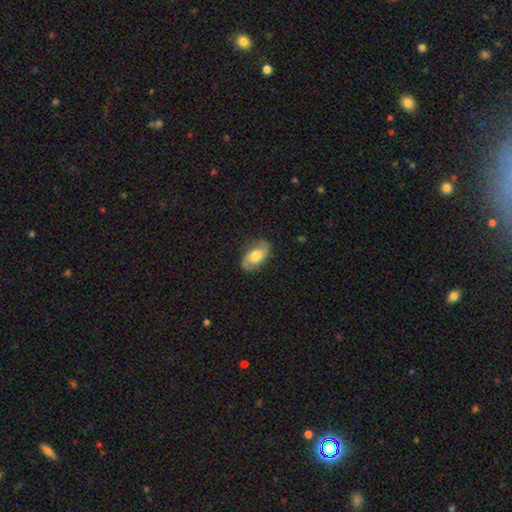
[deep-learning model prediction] Smooth or featured? featured or disk (66%)
Edge-on disk? no (95%)
Bar? no (62%)
Spiral arms? yes (88%)
Spiral winding? medium (45%)
Spiral arm count? 2 (89%)
Bulge size? moderate (56%)
Merging? none (81%)